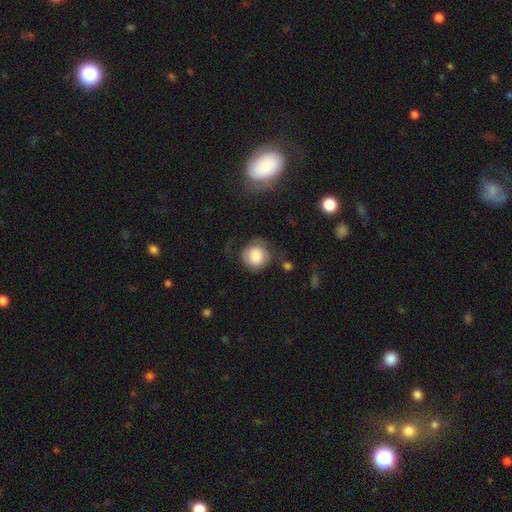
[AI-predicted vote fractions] Smooth or featured: smooth — 74% (featured or disk — 18%)
How rounded: round — 87% (in between — 13%)
Merging: none — 51% (minor disturbance — 25%)